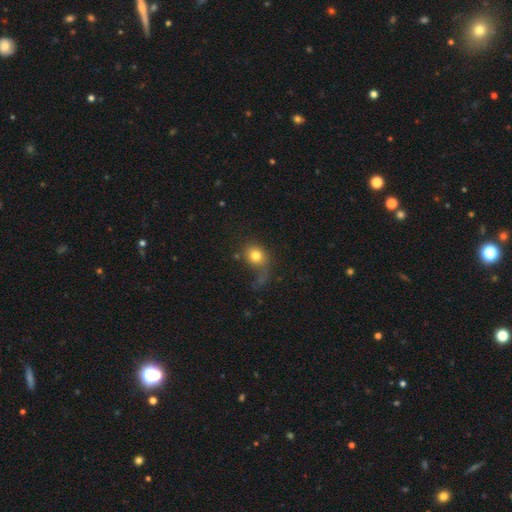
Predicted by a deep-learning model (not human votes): A smooth galaxy with no disk features (78%) that is round (65%).

Vote fractions:
- Smooth or featured? smooth: 78% / featured or disk: 12% / star or artifact: 10%
- How rounded? round: 65% / in between: 34% / cigar-shaped: 1%
- Merging? none: 42% / major disturbance: 30% / minor disturbance: 21% / merger: 7%